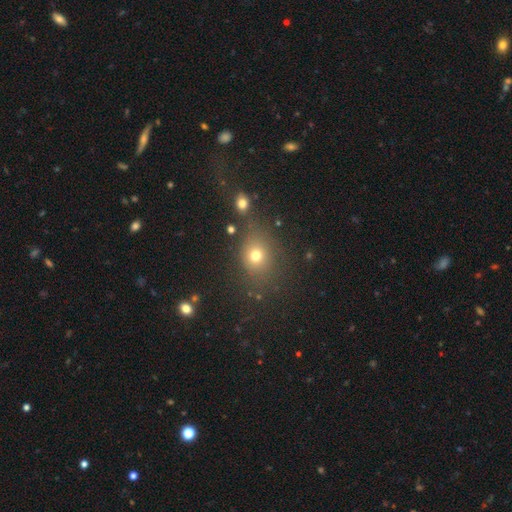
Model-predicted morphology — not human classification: Smooth or featured: smooth — 72% (star or artifact — 19%)
How rounded: round — 64% (in between — 35%)
Merging: none — 74% (minor disturbance — 13%)